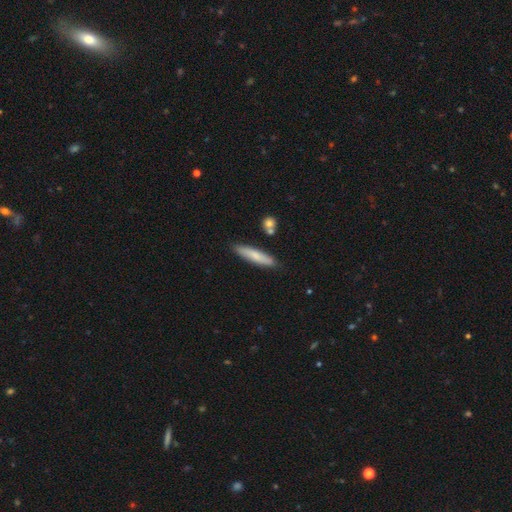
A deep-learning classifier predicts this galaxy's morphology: Smooth or featured: smooth — 72% (featured or disk — 22%)
How rounded: cigar-shaped — 85% (in between — 13%)
Merging: none — 84% (minor disturbance — 11%)